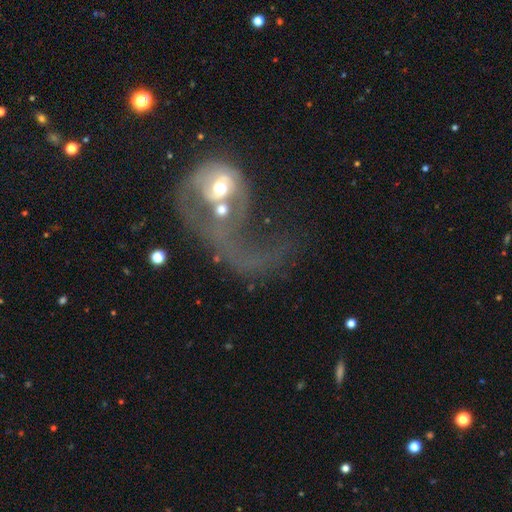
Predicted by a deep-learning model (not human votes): Smooth or featured? Predicted: featured or disk (p=0.61). Edge-on disk? Predicted: no (p=0.96). Bar? Predicted: no (p=0.71). Spiral arms? Predicted: yes (p=0.59). Bulge size? Predicted: moderate (p=0.56). Merging? Predicted: merger (p=0.54).